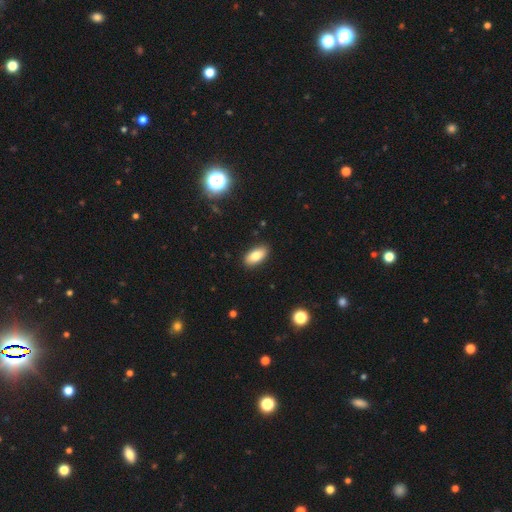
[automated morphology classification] type=smooth (82%); roundness=in between (91%); merging=none (89%).